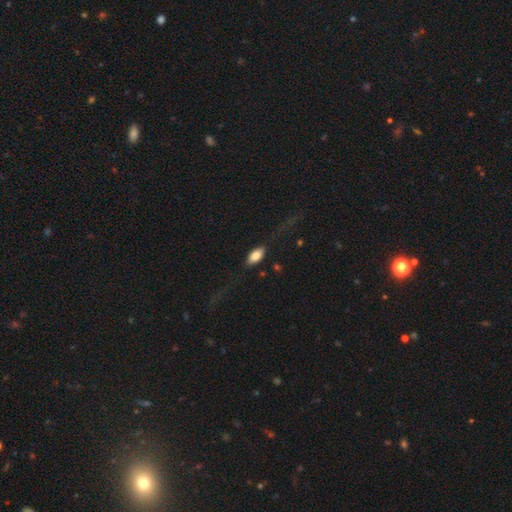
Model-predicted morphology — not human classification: Q: Smooth or featured?
A: smooth (74%); runner-up: featured or disk (20%)
Q: How rounded?
A: in between (90%); runner-up: cigar-shaped (7%)
Q: Merging?
A: none (71%); runner-up: major disturbance (14%)